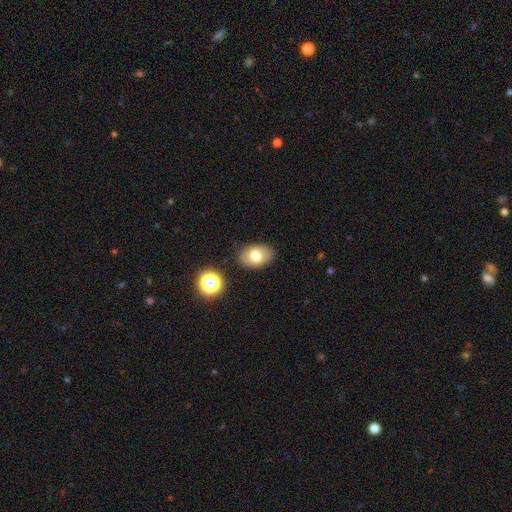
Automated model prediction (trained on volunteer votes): smooth_or_featured: smooth (p=0.75) [alt: featured or disk p=0.15]
how_rounded: in between (p=0.82) [alt: round p=0.17]
merging: none (p=0.85) [alt: minor disturbance p=0.10]